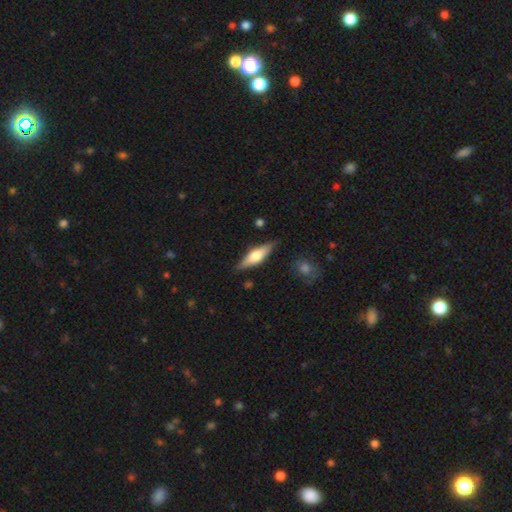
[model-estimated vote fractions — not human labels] smooth_or_featured: featured or disk (p=0.47) [tied with: smooth p=0.47]
merging: none (p=0.84) [alt: minor disturbance p=0.12]